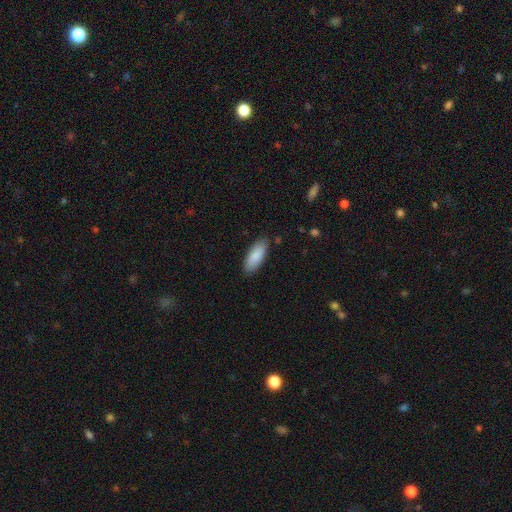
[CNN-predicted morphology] Smooth or featured?
  - smooth: 87% *
  - featured or disk: 8%
  - star or artifact: 6%
How rounded?
  - in between: 77% *
  - cigar-shaped: 21%
  - round: 1%
Merging?
  - none: 85% *
  - minor disturbance: 11%
  - major disturbance: 2%
  - merger: 1%